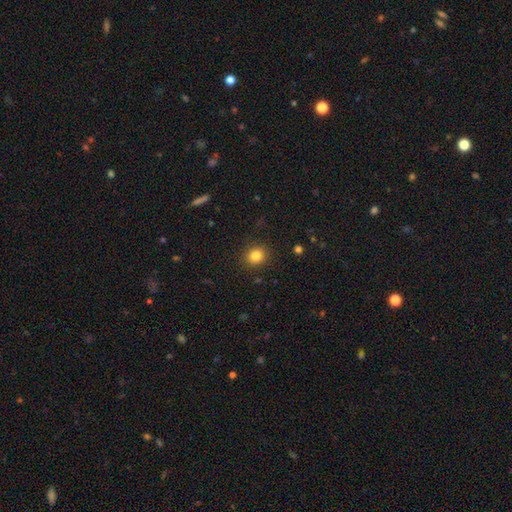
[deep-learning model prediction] smooth_or_featured: smooth (p=0.83) [alt: star or artifact p=0.11]
how_rounded: round (p=0.80) [alt: in between p=0.19]
merging: none (p=0.89) [alt: minor disturbance p=0.08]